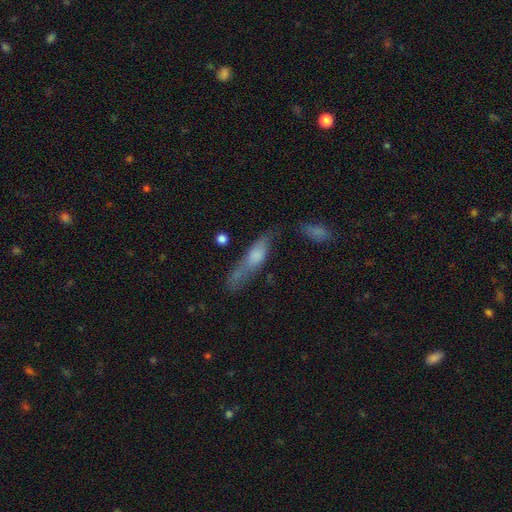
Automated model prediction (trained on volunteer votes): Smooth or featured? smooth (60%)
How rounded? cigar-shaped (63%)
Merging? none (38%)